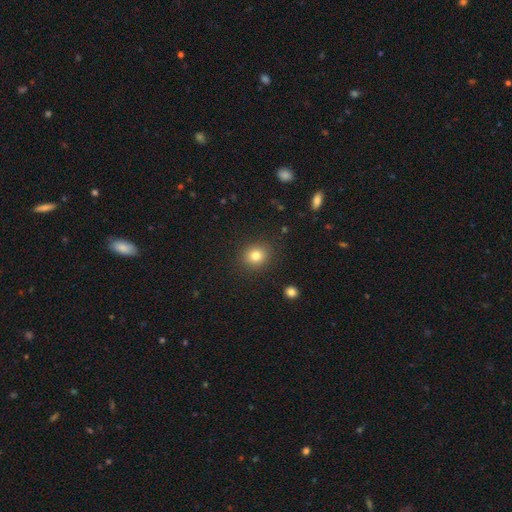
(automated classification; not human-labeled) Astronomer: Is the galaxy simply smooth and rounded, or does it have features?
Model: smooth — 81%.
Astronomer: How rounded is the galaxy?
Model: round — 79%.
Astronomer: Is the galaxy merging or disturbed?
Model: none — 89%.